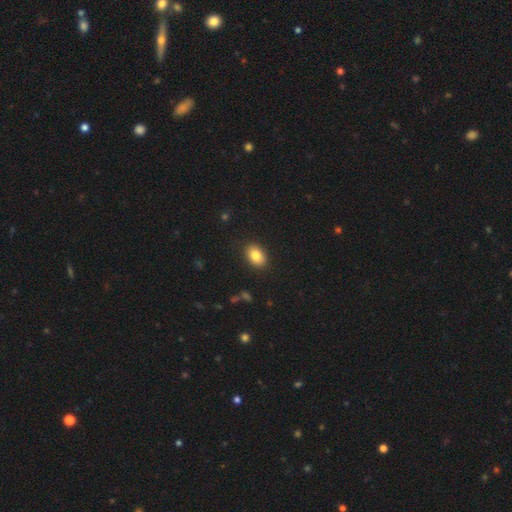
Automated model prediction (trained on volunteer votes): Smooth or featured?
  - smooth: 83% *
  - featured or disk: 8%
  - star or artifact: 8%
How rounded?
  - in between: 84% *
  - round: 15%
  - cigar-shaped: 1%
Merging?
  - none: 88% *
  - minor disturbance: 9%
  - major disturbance: 2%
  - merger: 1%